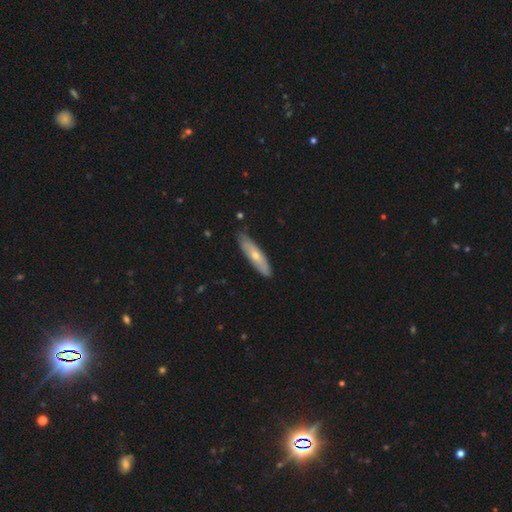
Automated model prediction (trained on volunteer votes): Smooth or featured?
  - smooth: 52% *
  - featured or disk: 42%
  - star or artifact: 6%
How rounded?
  - cigar-shaped: 68% *
  - in between: 30%
  - round: 2%
Merging?
  - none: 80% *
  - minor disturbance: 16%
  - major disturbance: 2%
  - merger: 1%